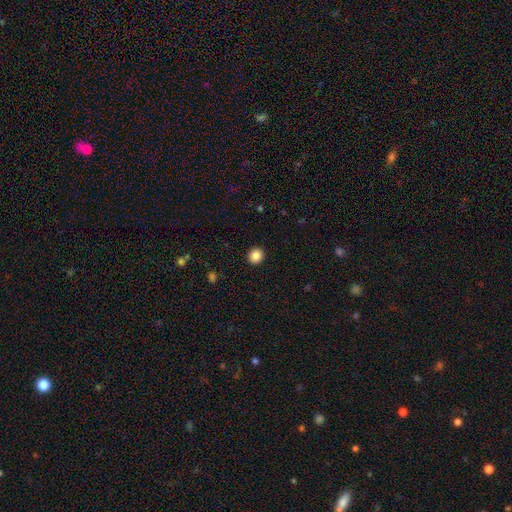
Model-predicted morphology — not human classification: A smooth galaxy with no disk features (87%) that is round (86%).

Vote fractions:
- Smooth or featured? smooth: 87% / star or artifact: 10% / featured or disk: 4%
- How rounded? round: 86% / in between: 13% / cigar-shaped: 1%
- Merging? none: 93% / minor disturbance: 5% / major disturbance: 2% / merger: 1%